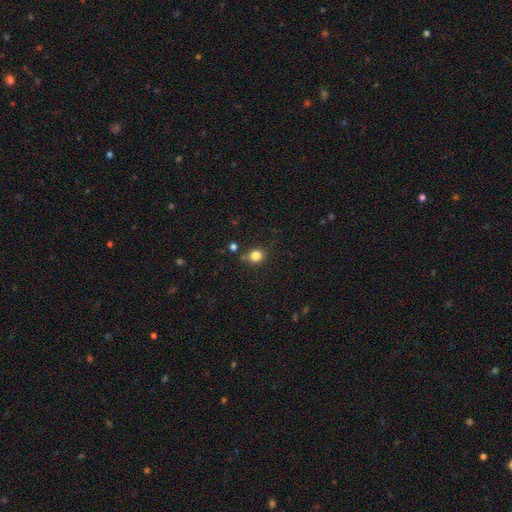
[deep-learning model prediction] Morphology: type=smooth (82%); roundness=round (77%); merging=none (74%).